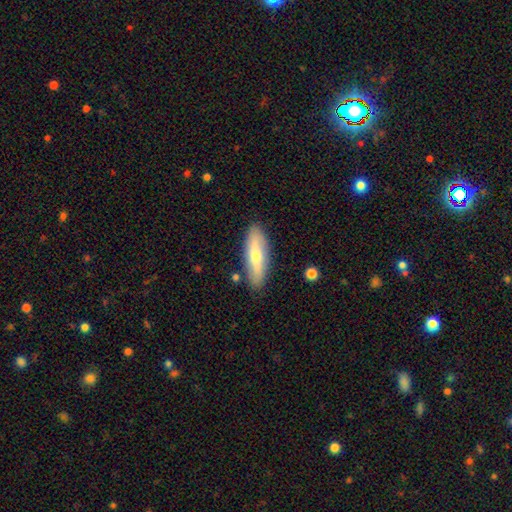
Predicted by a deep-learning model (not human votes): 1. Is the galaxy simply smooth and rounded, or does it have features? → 53% smooth, 38% featured or disk, 9% star or artifact.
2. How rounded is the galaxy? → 60% cigar-shaped, 38% in between, 2% round.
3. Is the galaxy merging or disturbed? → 87% none, 10% minor disturbance, 2% major disturbance, 2% merger.